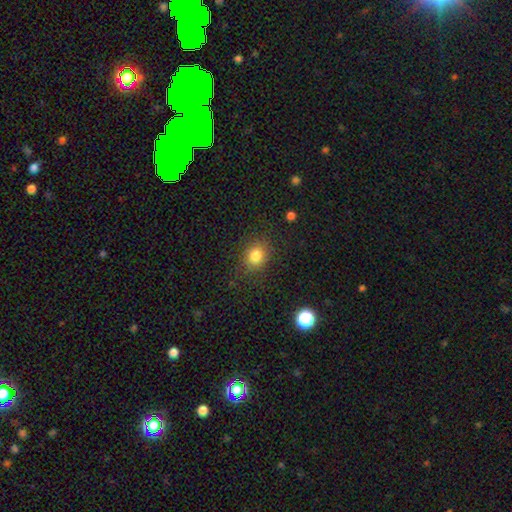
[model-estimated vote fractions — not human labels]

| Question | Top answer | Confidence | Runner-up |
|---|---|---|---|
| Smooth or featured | smooth | 81% | star or artifact (13%) |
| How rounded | round | 66% | in between (33%) |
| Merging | none | 83% | minor disturbance (11%) |